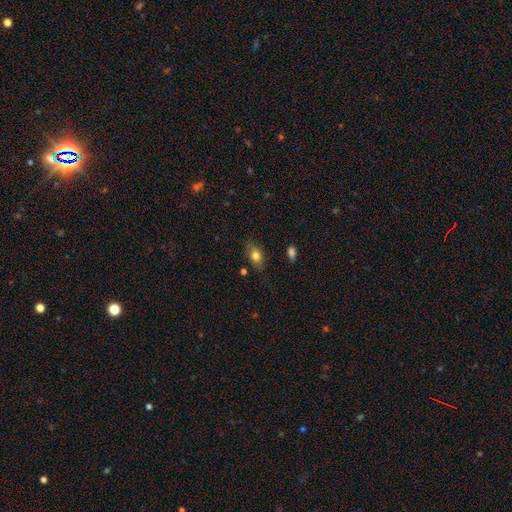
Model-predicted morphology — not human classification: Smooth or featured? smooth (78%)
How rounded? in between (83%)
Merging? none (77%)